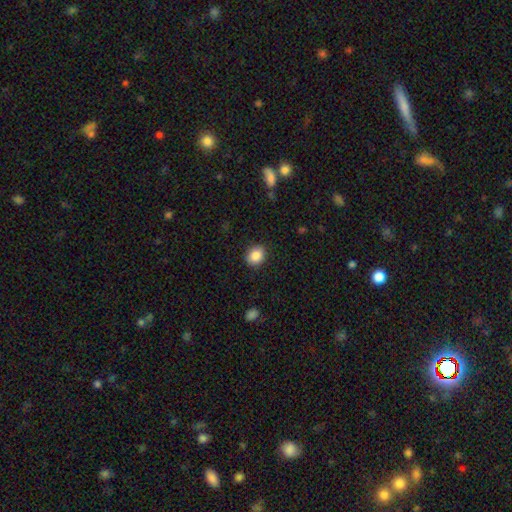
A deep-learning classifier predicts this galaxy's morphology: Smooth or featured: smooth — 87% (star or artifact — 9%)
How rounded: round — 62% (in between — 38%)
Merging: none — 88% (minor disturbance — 9%)